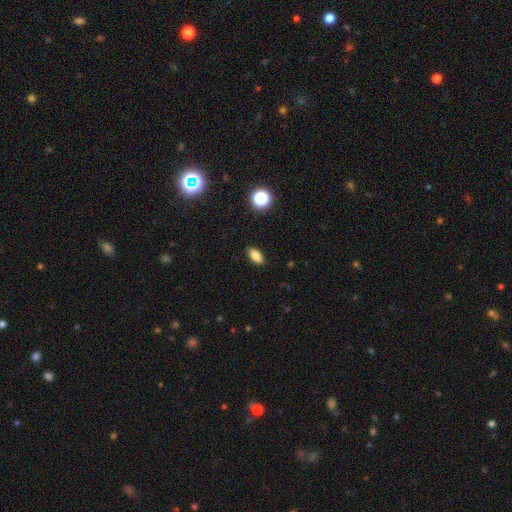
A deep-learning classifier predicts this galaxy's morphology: Smooth or featured? smooth (81%)
How rounded? in between (83%)
Merging? none (89%)